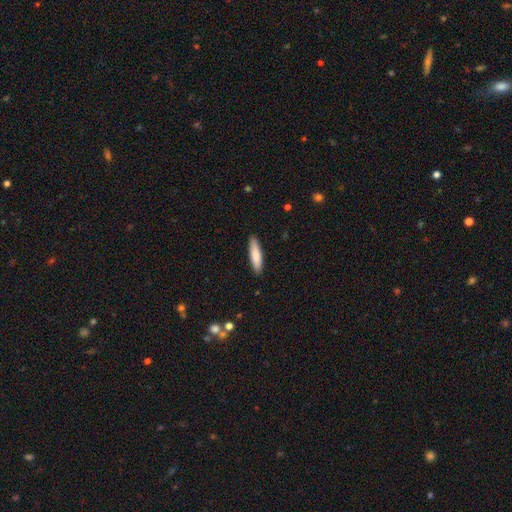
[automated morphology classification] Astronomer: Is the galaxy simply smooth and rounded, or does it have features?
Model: smooth — 82%.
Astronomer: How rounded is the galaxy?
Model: cigar-shaped — 75%.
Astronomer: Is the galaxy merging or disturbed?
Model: none — 90%.